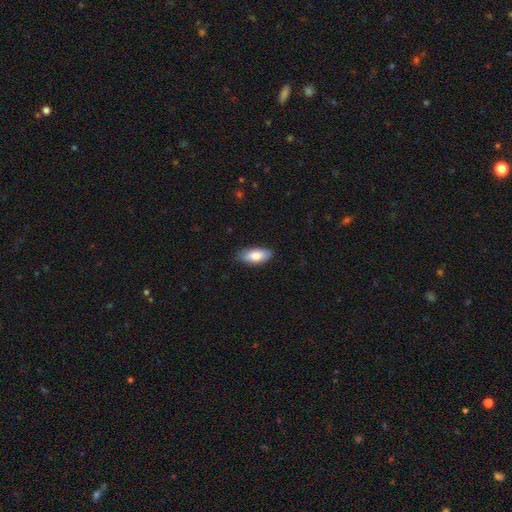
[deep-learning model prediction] A smooth galaxy with no disk features (83%) that is in between round and cigar-shaped (87%). Merging: none (84%).